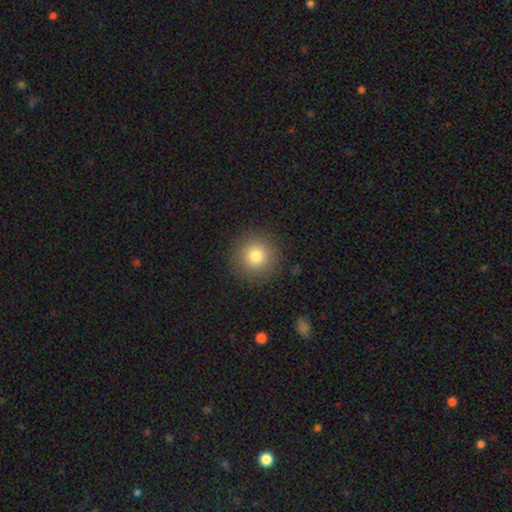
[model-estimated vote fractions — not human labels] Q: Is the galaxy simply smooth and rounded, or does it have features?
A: smooth — 79%.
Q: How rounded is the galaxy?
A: round — 95%.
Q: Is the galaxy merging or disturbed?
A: none — 90%.